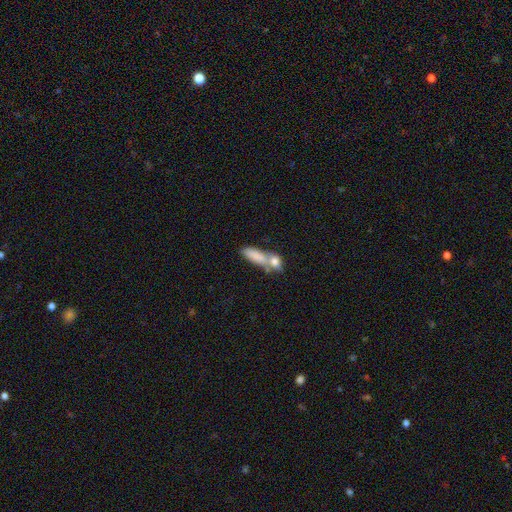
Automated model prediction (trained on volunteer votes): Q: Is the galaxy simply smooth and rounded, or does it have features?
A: smooth — 80%.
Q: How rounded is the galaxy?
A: in between — 58%.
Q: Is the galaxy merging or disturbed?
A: merger — 49%.